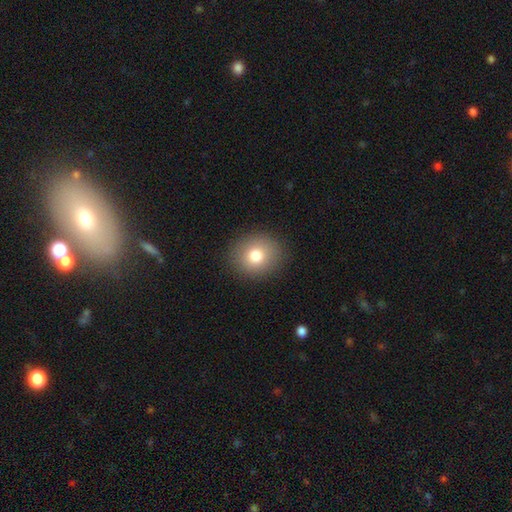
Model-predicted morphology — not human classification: smooth 79%, featured or disk 11%, star or artifact 10%. Down the decision tree: how rounded — round (79%); merging — none (89%).